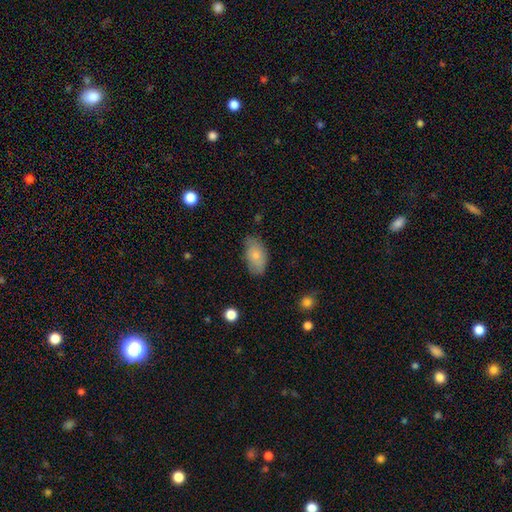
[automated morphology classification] A smooth galaxy with no disk features (76%) that is in between round and cigar-shaped (93%).

Vote fractions:
- Smooth or featured? smooth: 76% / featured or disk: 18% / star or artifact: 7%
- How rounded? in between: 93% / round: 5% / cigar-shaped: 2%
- Merging? none: 71% / minor disturbance: 23% / major disturbance: 5% / merger: 1%